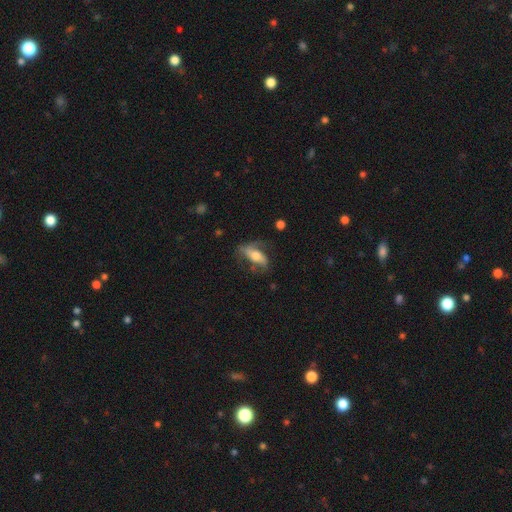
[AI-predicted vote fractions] Overall: featured or disk (65%; smooth 28%). Edge-on disk: no (89%). Bar: no (42%; weak 30%). Spiral arms: yes (85%). Bulge size: moderate (58%; small 21%). Merging: none (53%; minor disturbance 23%).